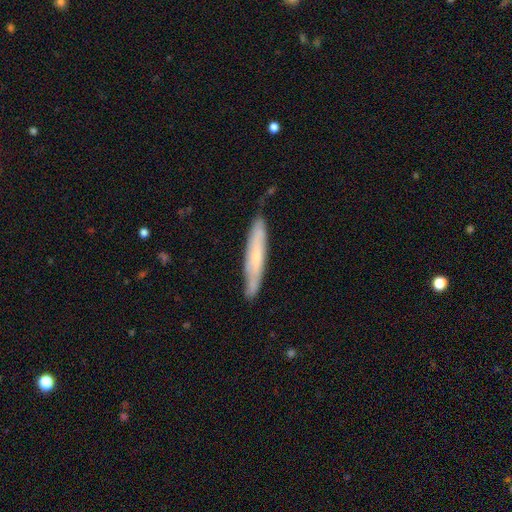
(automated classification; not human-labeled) Overall: smooth (50%; featured or disk 44%). Merging: none (79%).